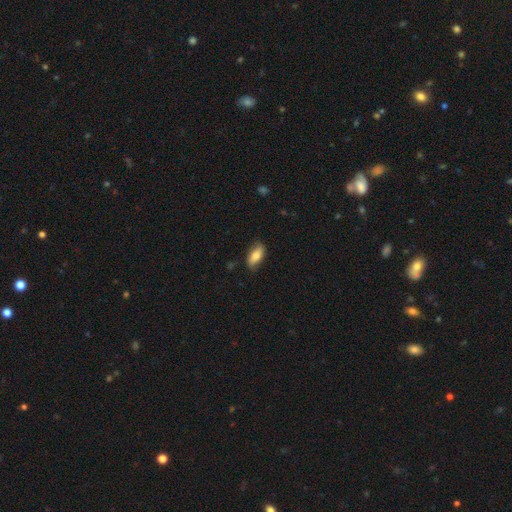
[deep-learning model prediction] Q: Smooth or featured?
A: smooth (77%); runner-up: featured or disk (17%)
Q: How rounded?
A: in between (87%); runner-up: cigar-shaped (10%)
Q: Merging?
A: none (78%); runner-up: minor disturbance (18%)